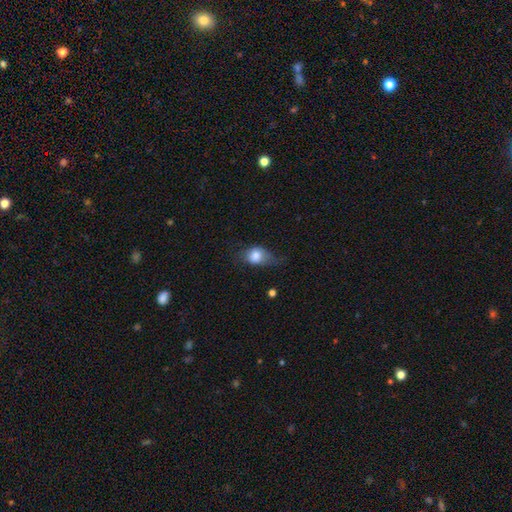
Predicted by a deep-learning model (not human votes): A smooth galaxy with no disk features (77%) that is in between round and cigar-shaped (62%).

Vote fractions:
- Smooth or featured? smooth: 77% / featured or disk: 15% / star or artifact: 9%
- How rounded? in between: 62% / round: 36% / cigar-shaped: 2%
- Merging? minor disturbance: 37% / none: 36% / major disturbance: 25% / merger: 2%